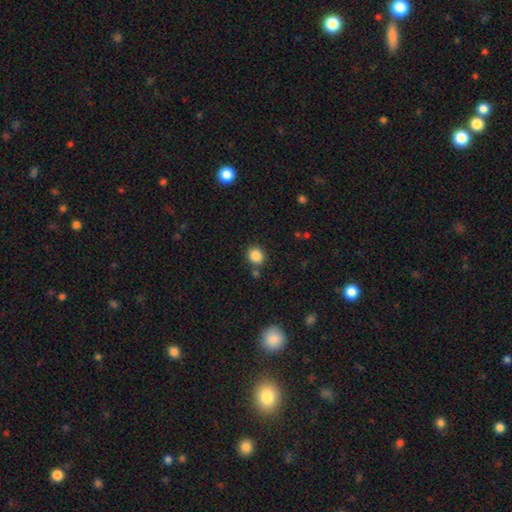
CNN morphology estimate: Smooth or featured?
  - smooth: 86% *
  - star or artifact: 10%
  - featured or disk: 4%
How rounded?
  - round: 77% *
  - in between: 22%
  - cigar-shaped: 1%
Merging?
  - none: 80% *
  - minor disturbance: 10%
  - merger: 7%
  - major disturbance: 3%